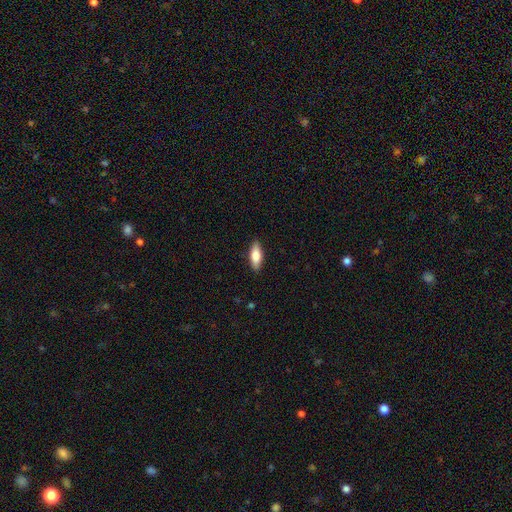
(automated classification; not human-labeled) Smooth or featured: smooth — 74% (featured or disk — 20%)
How rounded: in between — 68% (cigar-shaped — 30%)
Merging: none — 88% (minor disturbance — 9%)